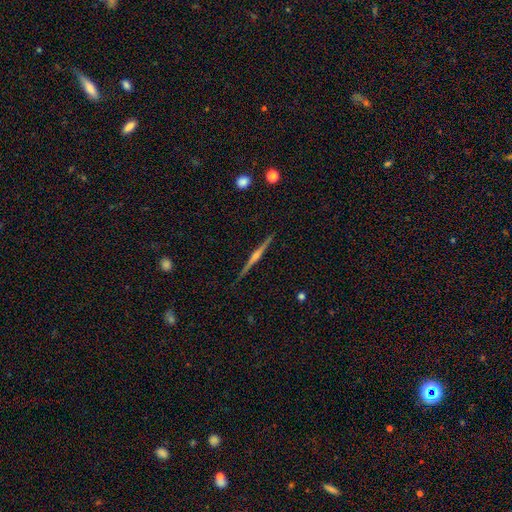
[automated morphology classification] Smooth or featured: featured or disk — 83% (smooth — 10%)
Edge-on disk: yes — 99% (no — 1%)
Edge-on bulge: rounded — 84% (none — 9%)
Merging: none — 92% (minor disturbance — 5%)